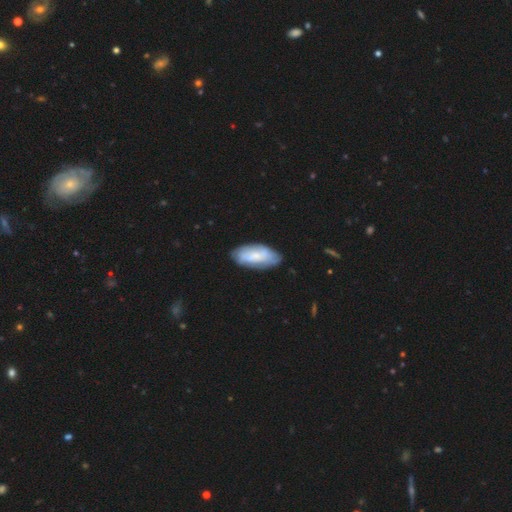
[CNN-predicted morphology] This appears to be a smooth galaxy with no disk features (59%) that is in between round and cigar-shaped (87%). Merging: none (72%).